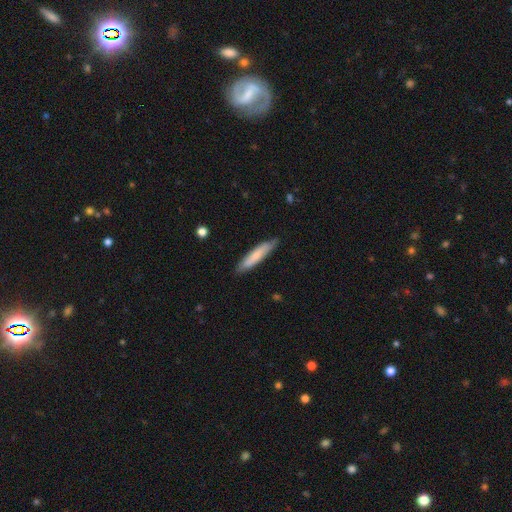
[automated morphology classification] Overall: smooth (70%). How rounded: cigar-shaped (87%). Merging: none (84%).